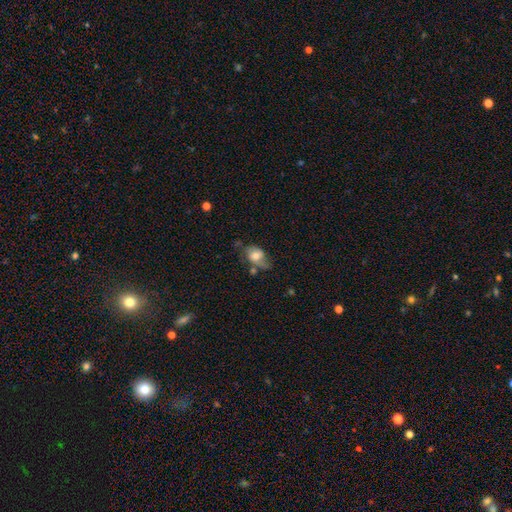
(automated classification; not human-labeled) A smooth galaxy with no disk features (61%) that is in between round and cigar-shaped (71%). Merging: none (41%).